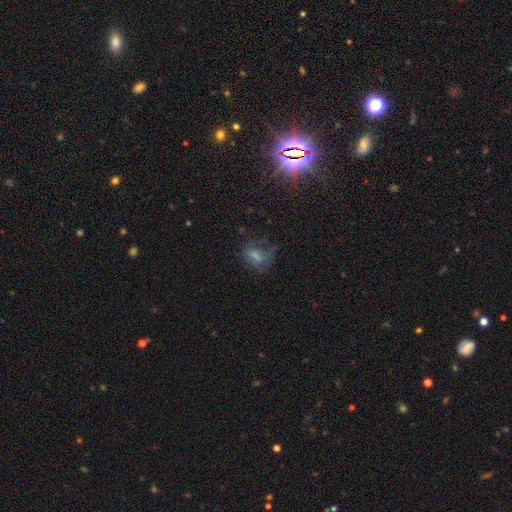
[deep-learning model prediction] Smooth or featured: smooth — 60% (featured or disk — 24%)
How rounded: in between — 71% (round — 23%)
Merging: none — 42% (major disturbance — 30%)